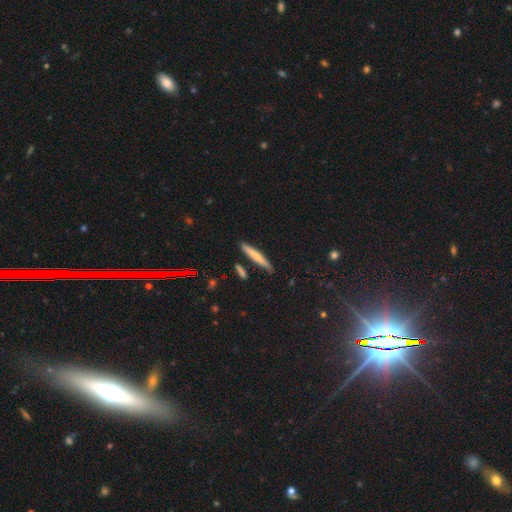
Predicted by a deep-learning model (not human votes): smooth-or-featured: smooth: 70% | featured or disk: 23% | star or artifact: 7%
  how-rounded: cigar-shaped: 94% | in between: 5% | round: 2%
  merging: none: 84% | minor disturbance: 11% | merger: 3% | major disturbance: 2%